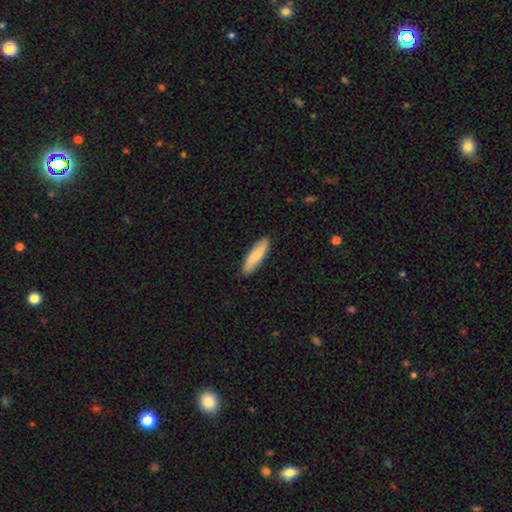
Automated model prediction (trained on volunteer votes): Smooth or featured: smooth — 74% (featured or disk — 21%)
How rounded: cigar-shaped — 62% (in between — 37%)
Merging: none — 89% (minor disturbance — 8%)